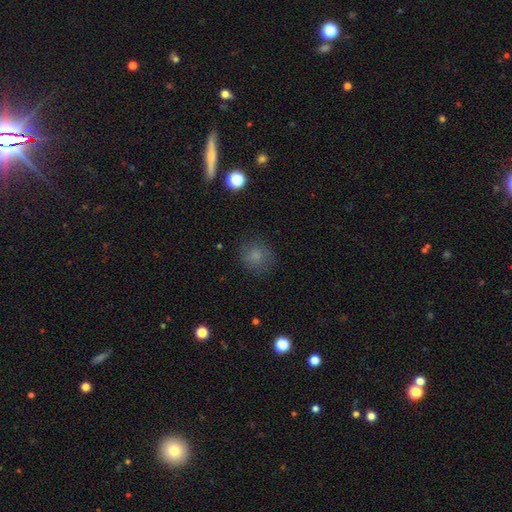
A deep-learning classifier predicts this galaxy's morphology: Q: Smooth or featured?
A: smooth (80%); runner-up: star or artifact (13%)
Q: How rounded?
A: round (88%); runner-up: in between (11%)
Q: Merging?
A: none (83%); runner-up: minor disturbance (12%)